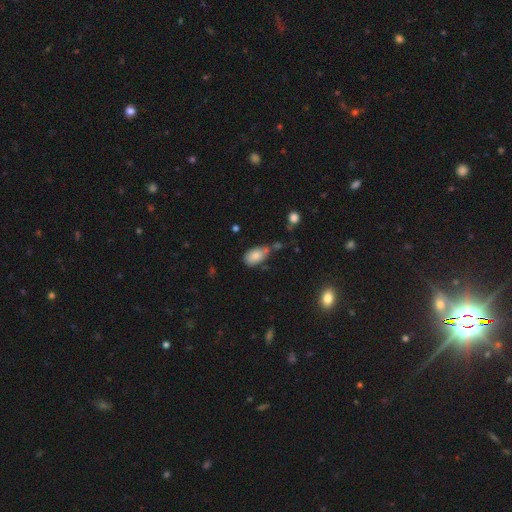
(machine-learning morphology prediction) A smooth galaxy with no disk features (82%) that is in between round and cigar-shaped (91%).

Vote fractions:
- Smooth or featured? smooth: 82% / featured or disk: 9% / star or artifact: 9%
- How rounded? in between: 91% / round: 7% / cigar-shaped: 2%
- Merging? none: 46% / minor disturbance: 29% / merger: 16% / major disturbance: 9%